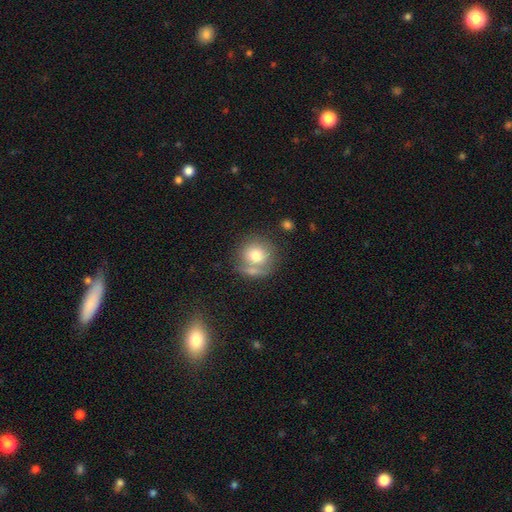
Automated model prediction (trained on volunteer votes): The model was most divided on "merging": none: 53%, merger: 26%, minor disturbance: 14%, major disturbance: 6%. More confident: how rounded — round (88%); smooth or featured — smooth (74%).